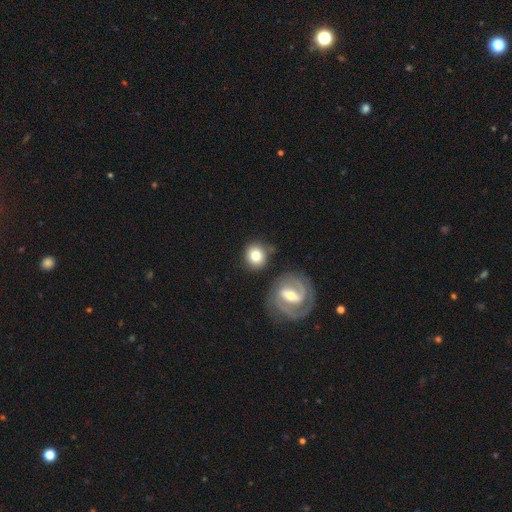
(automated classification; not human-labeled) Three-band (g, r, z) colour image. It shows a smooth galaxy with no disk features (74%) that is round (86%). Merging: none (73%).